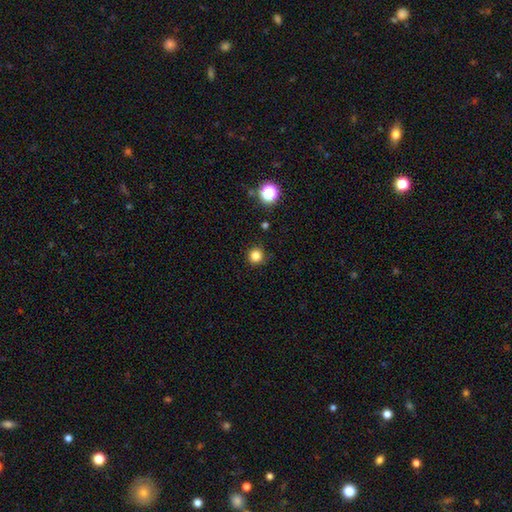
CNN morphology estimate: This is clearly a smooth galaxy (83%). How rounded: clearly round (93%). Merging: clearly none (89%).